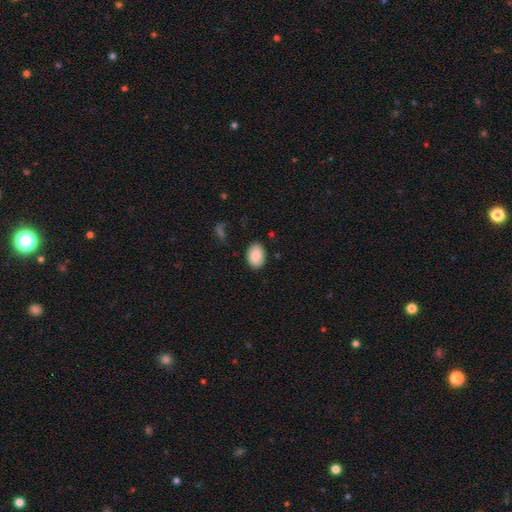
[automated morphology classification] Q: Smooth or featured?
A: smooth (87%); runner-up: featured or disk (7%)
Q: How rounded?
A: in between (82%); runner-up: round (17%)
Q: Merging?
A: none (85%); runner-up: minor disturbance (11%)